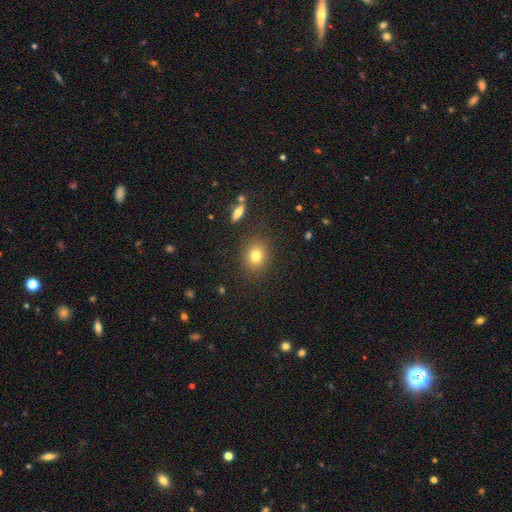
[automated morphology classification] The model was most divided on "how rounded": round: 69%, in between: 30%, cigar-shaped: 1%. More confident: merging — none (86%); smooth or featured — smooth (80%).